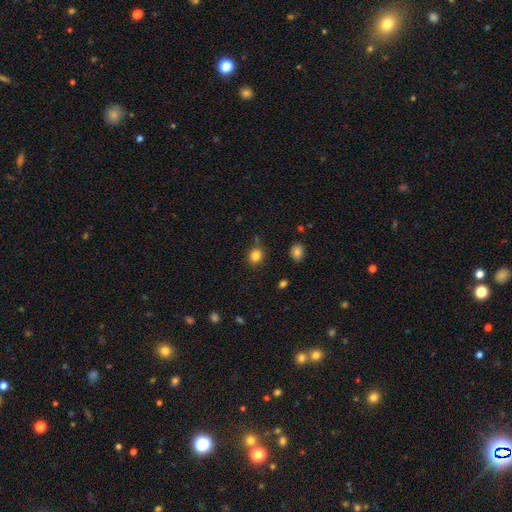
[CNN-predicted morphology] smooth-or-featured: smooth: 84% | star or artifact: 12% | featured or disk: 5%
  how-rounded: round: 70% | in between: 29% | cigar-shaped: 1%
  merging: none: 79% | minor disturbance: 13% | merger: 5% | major disturbance: 3%